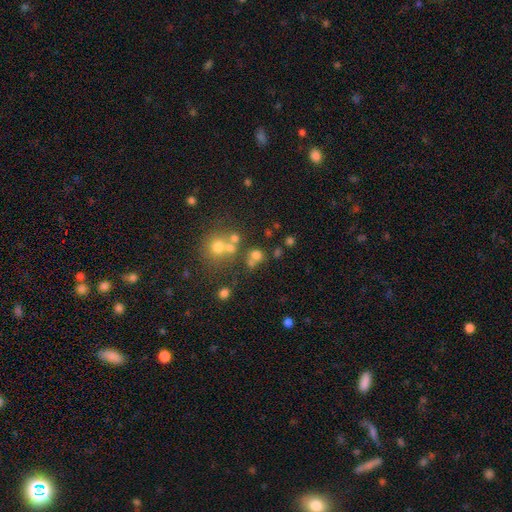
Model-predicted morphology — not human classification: type=smooth (65%); roundness=round (83%); merging=none (57%).